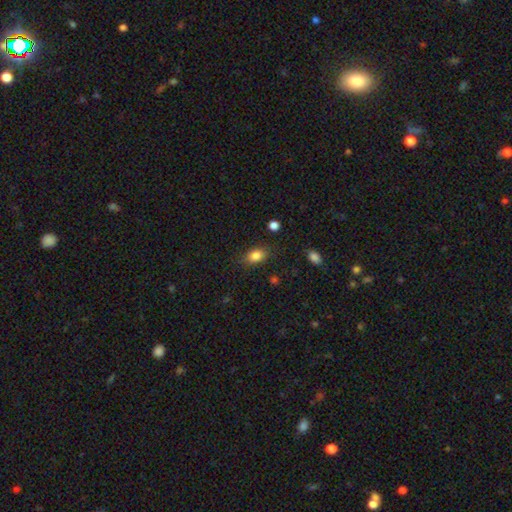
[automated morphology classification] This appears to be a smooth galaxy with no disk features (84%) that is in between round and cigar-shaped (80%). Merging: none (82%).